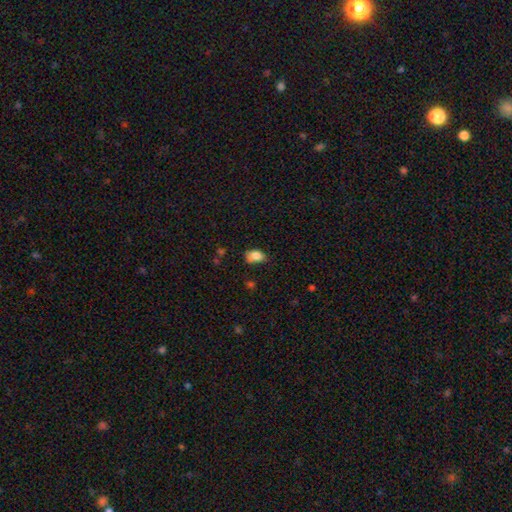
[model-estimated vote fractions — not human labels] Smooth or featured? smooth (82%)
How rounded? in between (82%)
Merging? none (54%)